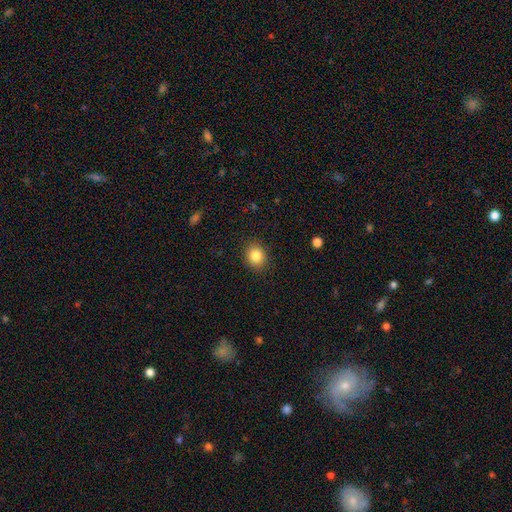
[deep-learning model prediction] smooth-or-featured: smooth: 85% | star or artifact: 10% | featured or disk: 6%
  how-rounded: round: 70% | in between: 29% | cigar-shaped: 1%
  merging: none: 89% | minor disturbance: 7% | major disturbance: 2% | merger: 1%